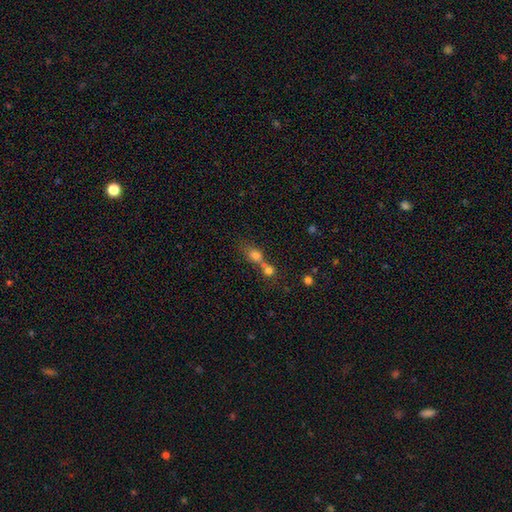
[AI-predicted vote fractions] smooth_or_featured: smooth (p=0.69) [alt: star or artifact p=0.16]
how_rounded: round (p=0.51) [alt: in between p=0.43]
merging: merger (p=0.60) [alt: none p=0.28]